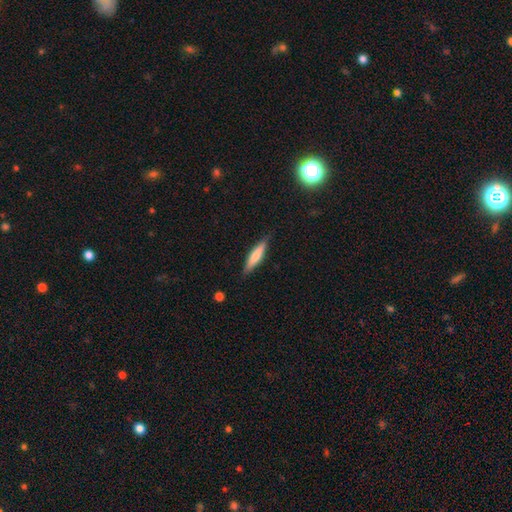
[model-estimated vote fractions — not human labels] This appears to be a smooth galaxy with no disk features (66%) that is cigar-shaped (82%). Merging: none (84%).